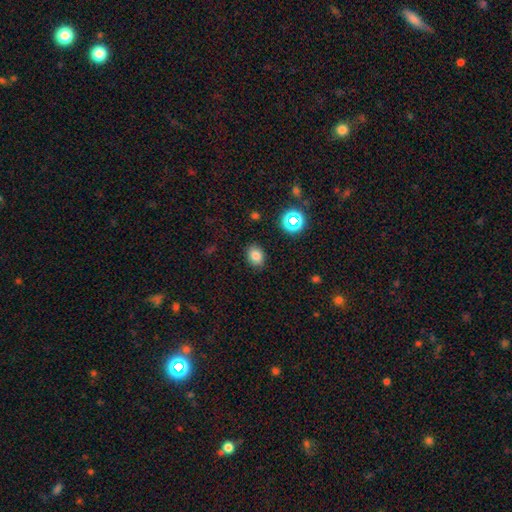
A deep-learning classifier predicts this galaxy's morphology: Smooth or featured: smooth — 78% (star or artifact — 15%)
How rounded: in between — 61% (round — 38%)
Merging: none — 86% (minor disturbance — 10%)